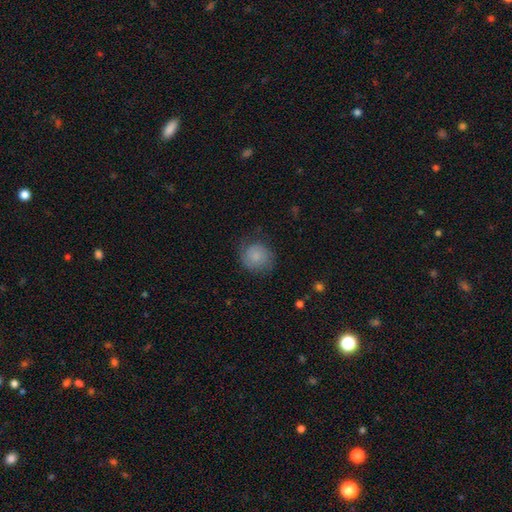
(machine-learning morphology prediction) type=smooth (65%); roundness=round (86%); merging=none (70%).